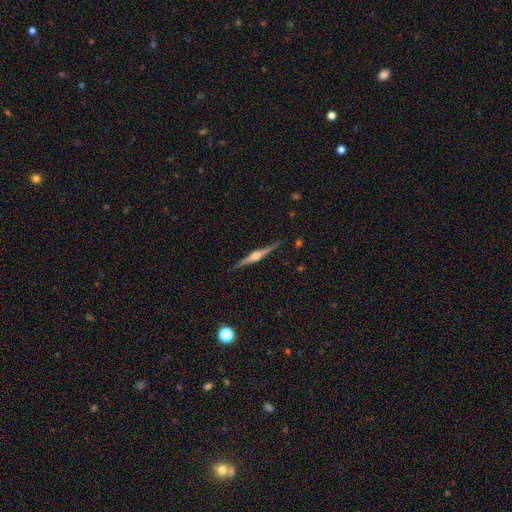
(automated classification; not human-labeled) The model was most divided on "smooth or featured": featured or disk: 84%, smooth: 11%, star or artifact: 6%. More confident: edge-on disk — yes (99%); merging — none (90%); edge-on bulge — rounded (88%).